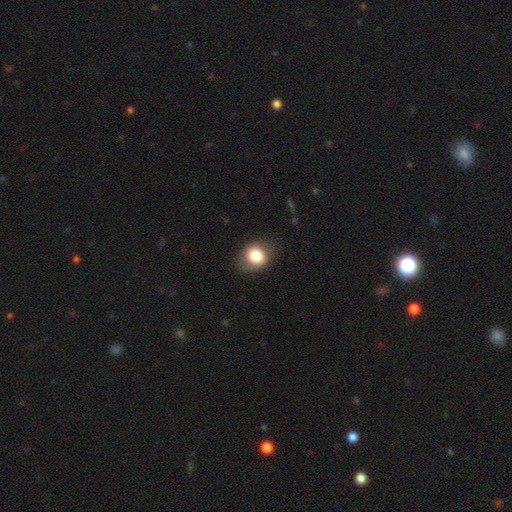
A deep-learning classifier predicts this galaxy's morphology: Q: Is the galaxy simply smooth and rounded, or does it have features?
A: smooth — 81%.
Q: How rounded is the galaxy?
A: round — 64%.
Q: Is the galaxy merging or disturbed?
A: none — 76%.